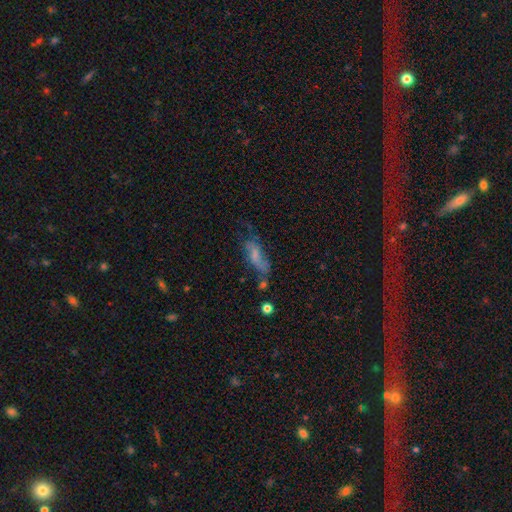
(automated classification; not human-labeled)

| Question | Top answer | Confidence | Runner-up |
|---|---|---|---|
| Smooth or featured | smooth | 49% | featured or disk (39%) |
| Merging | none | 42% | minor disturbance (27%) |